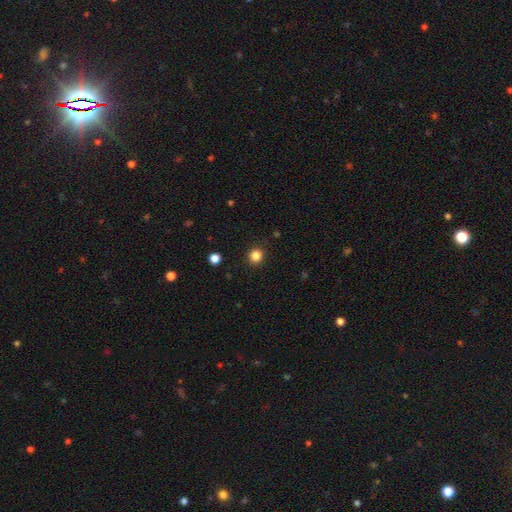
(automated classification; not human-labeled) Smooth or featured?
  - smooth: 84% *
  - star or artifact: 12%
  - featured or disk: 3%
How rounded?
  - round: 91% *
  - in between: 8%
  - cigar-shaped: 1%
Merging?
  - none: 91% *
  - minor disturbance: 6%
  - major disturbance: 2%
  - merger: 1%